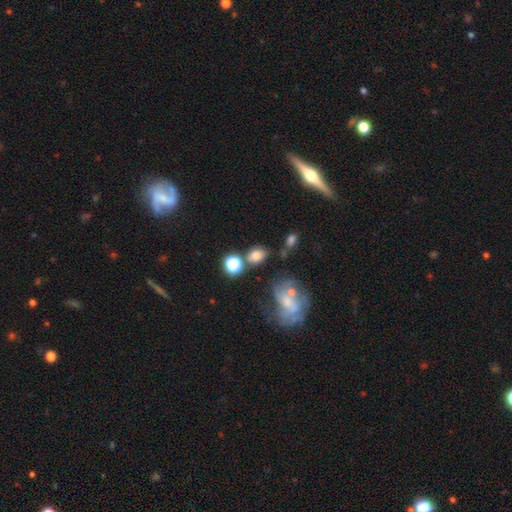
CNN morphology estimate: Q: Smooth or featured?
A: smooth (71%); runner-up: star or artifact (17%)
Q: How rounded?
A: in between (63%); runner-up: round (35%)
Q: Merging?
A: none (59%); runner-up: minor disturbance (17%)